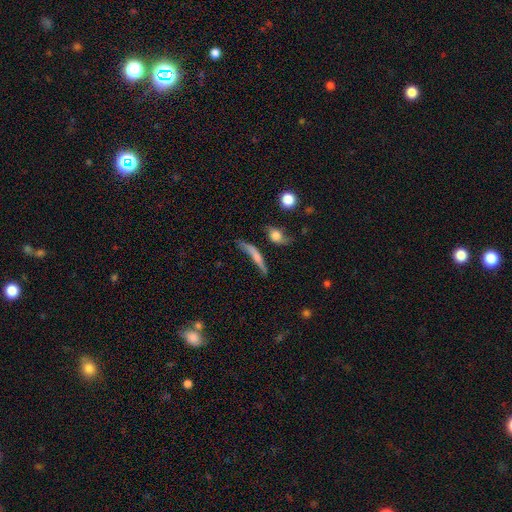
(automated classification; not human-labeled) Q: Smooth or featured?
A: smooth (48%); runner-up: featured or disk (43%)
Q: Merging?
A: none (46%); runner-up: minor disturbance (23%)